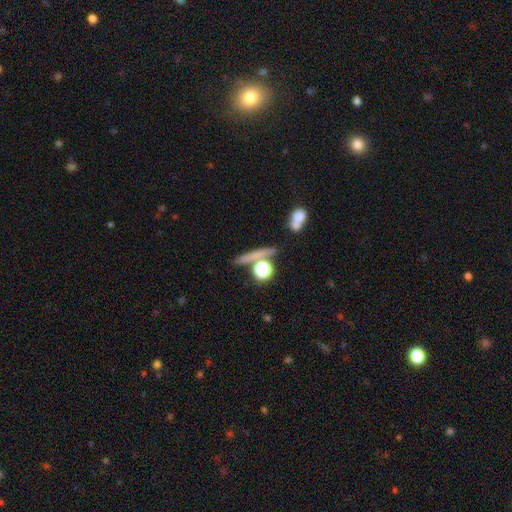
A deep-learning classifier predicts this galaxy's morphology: Smooth or featured? smooth (51%)
How rounded? cigar-shaped (52%)
Merging? none (69%)